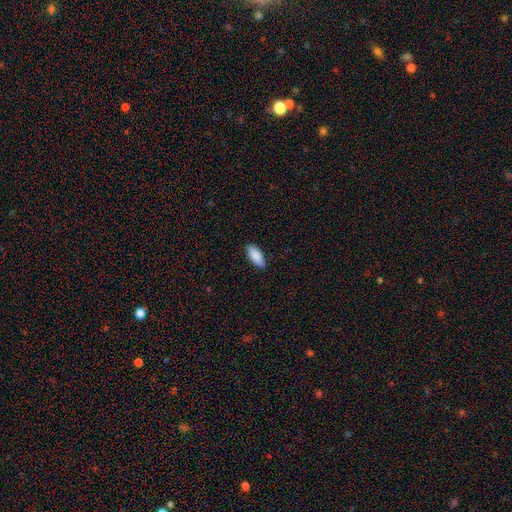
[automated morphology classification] smooth-or-featured: smooth: 89% | star or artifact: 6% | featured or disk: 5%
  how-rounded: in between: 82% | cigar-shaped: 16% | round: 2%
  merging: none: 88% | minor disturbance: 9% | major disturbance: 2% | merger: 1%